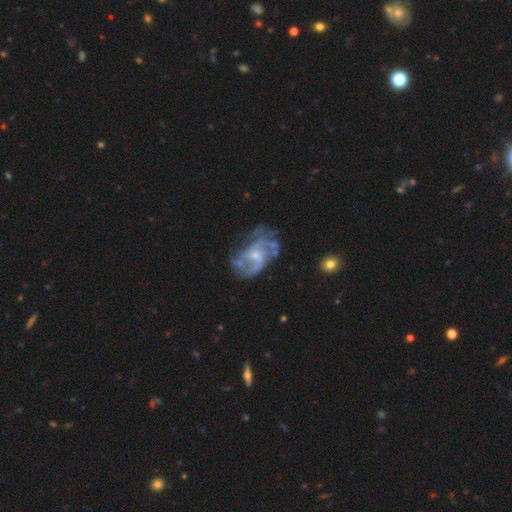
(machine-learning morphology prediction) Smooth or featured? Predicted: featured or disk (p=0.81). Edge-on disk? Predicted: no (p=0.97). Bar? Predicted: no (p=0.52). Spiral arms? Predicted: yes (p=0.81). Spiral winding? Predicted: medium (p=0.45). Spiral arm count? Predicted: 2 (p=0.39). Bulge size? Predicted: small (p=0.48). Merging? Predicted: none (p=0.45).